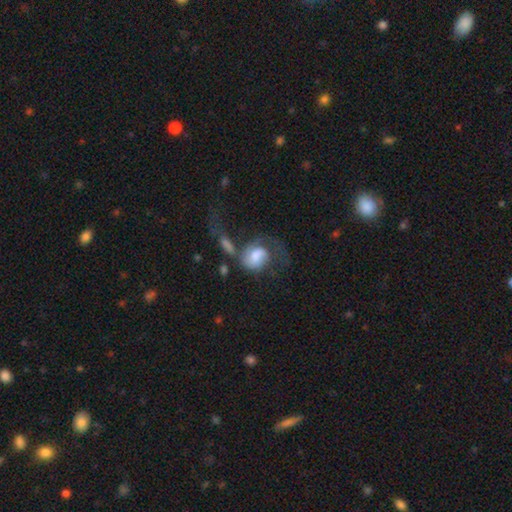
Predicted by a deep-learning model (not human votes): Smooth or featured? Predicted: featured or disk (p=0.54). Edge-on disk? Predicted: no (p=0.97). Bar? Predicted: no (p=0.59). Spiral arms? Predicted: yes (p=0.82). Bulge size? Predicted: moderate (p=0.33). Merging? Predicted: major disturbance (p=0.41).